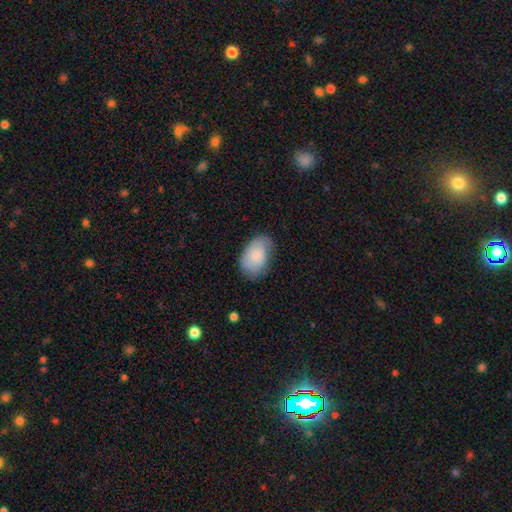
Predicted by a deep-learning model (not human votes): Smooth or featured? Predicted: smooth (p=0.76). How rounded? Predicted: in between (p=0.91). Merging? Predicted: none (p=0.65).